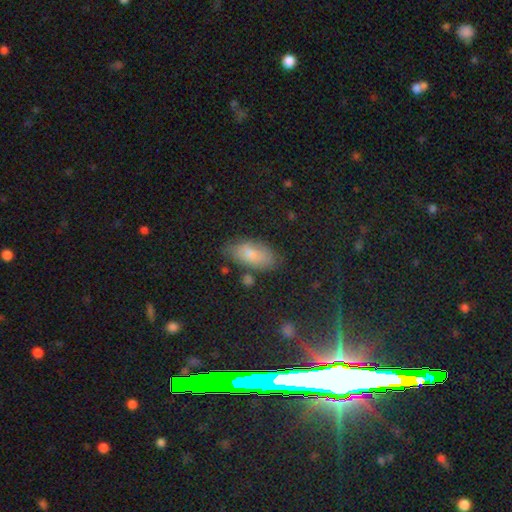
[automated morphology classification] Smooth or featured?
  - smooth: 77% *
  - featured or disk: 12%
  - star or artifact: 11%
How rounded?
  - in between: 91% *
  - cigar-shaped: 6%
  - round: 3%
Merging?
  - none: 73% *
  - minor disturbance: 19%
  - major disturbance: 5%
  - merger: 3%